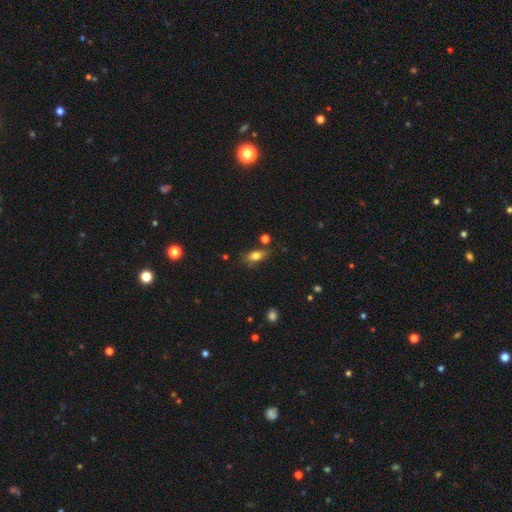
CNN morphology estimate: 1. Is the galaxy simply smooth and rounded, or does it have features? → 76% smooth, 14% featured or disk, 10% star or artifact.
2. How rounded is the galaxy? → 81% in between, 12% cigar-shaped, 7% round.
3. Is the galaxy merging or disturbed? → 70% none, 18% minor disturbance, 7% merger, 5% major disturbance.